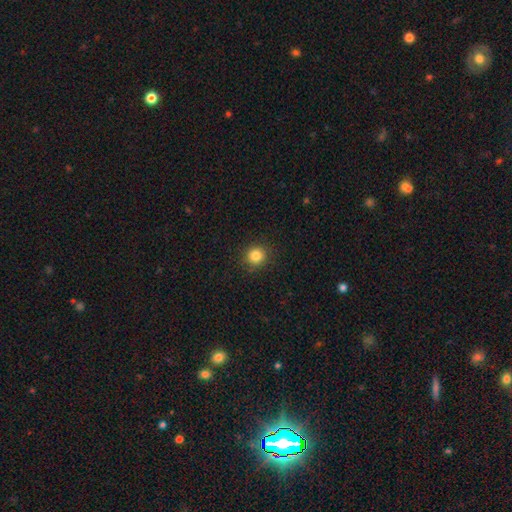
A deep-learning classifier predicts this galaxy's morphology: Q: Smooth or featured?
A: smooth (84%); runner-up: star or artifact (11%)
Q: How rounded?
A: round (92%); runner-up: in between (7%)
Q: Merging?
A: none (90%); runner-up: minor disturbance (7%)